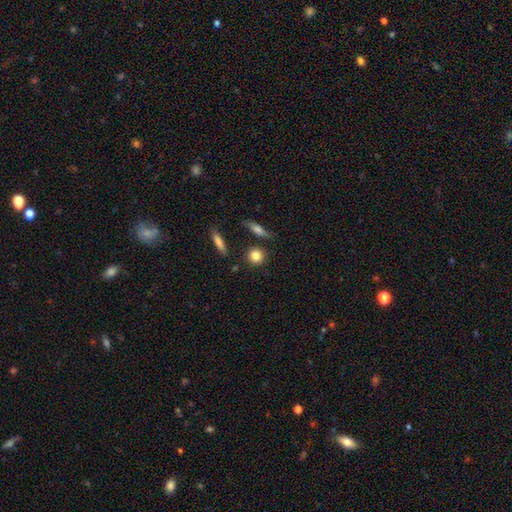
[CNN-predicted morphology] Q: Smooth or featured?
A: smooth (83%); runner-up: star or artifact (8%)
Q: How rounded?
A: round (83%); runner-up: in between (13%)
Q: Merging?
A: none (83%); runner-up: minor disturbance (9%)